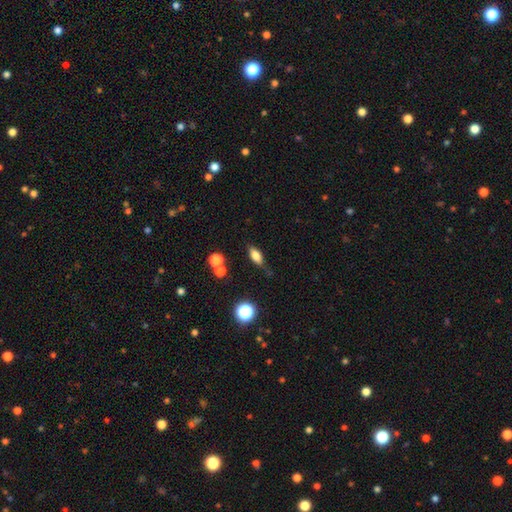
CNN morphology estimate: Q: Smooth or featured?
A: smooth (74%); runner-up: featured or disk (15%)
Q: How rounded?
A: in between (78%); runner-up: cigar-shaped (15%)
Q: Merging?
A: none (73%); runner-up: minor disturbance (18%)